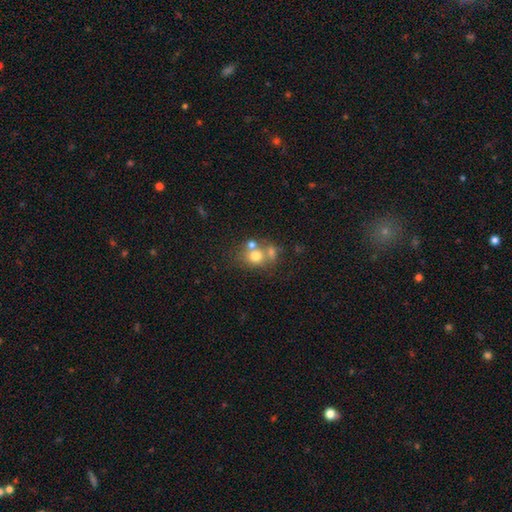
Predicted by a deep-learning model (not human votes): Q: Smooth or featured?
A: smooth (68%); runner-up: featured or disk (18%)
Q: How rounded?
A: round (74%); runner-up: in between (25%)
Q: Merging?
A: merger (44%); runner-up: none (42%)